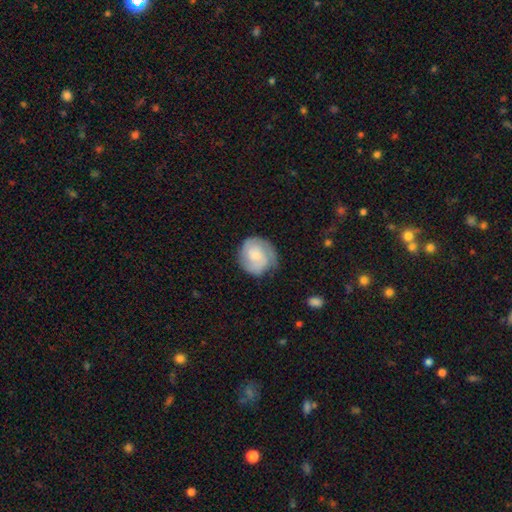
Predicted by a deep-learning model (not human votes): Smooth or featured? Predicted: featured or disk (p=0.54). Edge-on disk? Predicted: no (p=0.98). Bar? Predicted: no (p=0.70). Spiral arms? Predicted: yes (p=0.88). Bulge size? Predicted: small (p=0.35). Merging? Predicted: none (p=0.66).